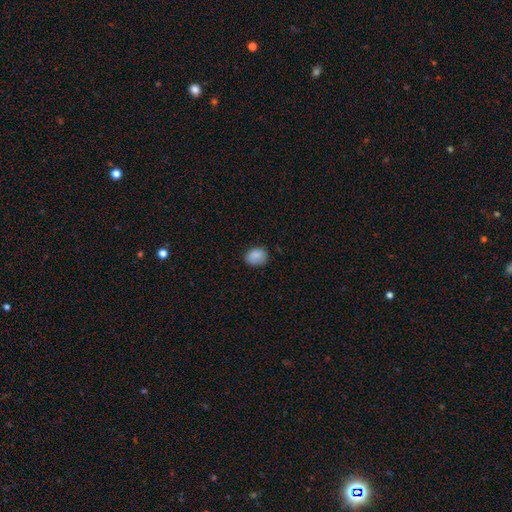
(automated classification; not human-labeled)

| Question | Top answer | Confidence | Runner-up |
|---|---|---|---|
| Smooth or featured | smooth | 87% | star or artifact (8%) |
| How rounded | in between | 64% | round (35%) |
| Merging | none | 78% | minor disturbance (17%) |